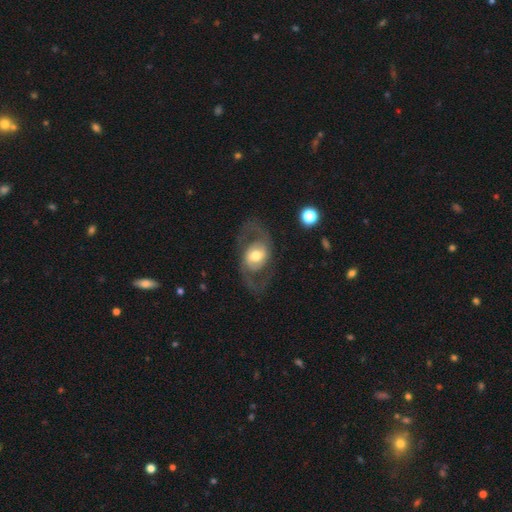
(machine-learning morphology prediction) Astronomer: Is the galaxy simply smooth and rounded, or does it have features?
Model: featured or disk — 75%.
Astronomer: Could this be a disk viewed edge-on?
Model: no — 95%.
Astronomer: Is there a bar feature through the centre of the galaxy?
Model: no — 55% (runner-up: weak, 33%).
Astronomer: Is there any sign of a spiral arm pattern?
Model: yes — 77%.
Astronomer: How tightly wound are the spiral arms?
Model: medium — 50% (runner-up: loose, 36%).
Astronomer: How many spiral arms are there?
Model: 2 — 90%.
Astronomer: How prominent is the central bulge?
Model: moderate — 64%.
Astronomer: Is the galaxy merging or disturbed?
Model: none — 70%.